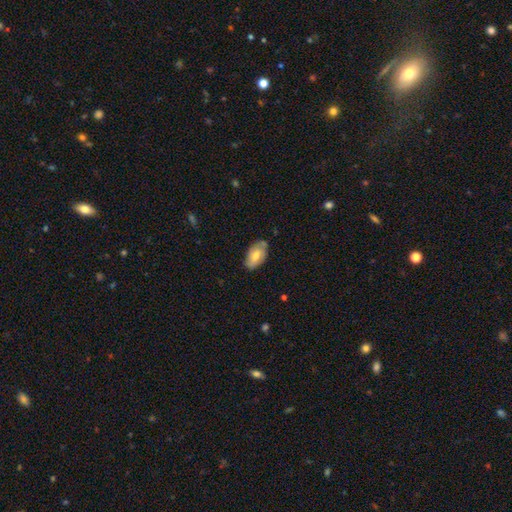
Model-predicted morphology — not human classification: Smooth or featured: smooth — 60% (featured or disk — 33%)
How rounded: in between — 93% (round — 4%)
Merging: none — 68% (minor disturbance — 25%)